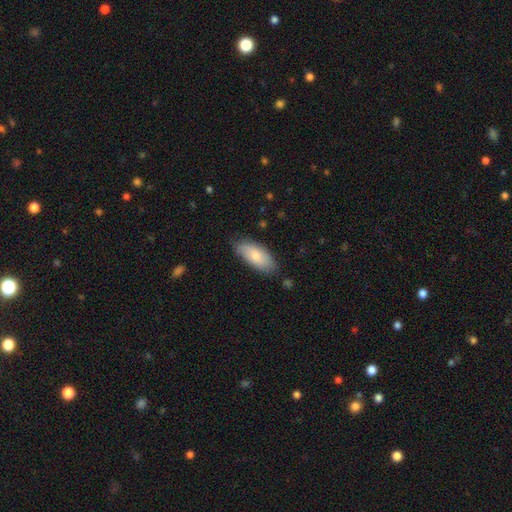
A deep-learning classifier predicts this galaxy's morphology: smooth 75%, featured or disk 19%, star or artifact 6%. Down the decision tree: how rounded — in between (88%); merging — none (76%).